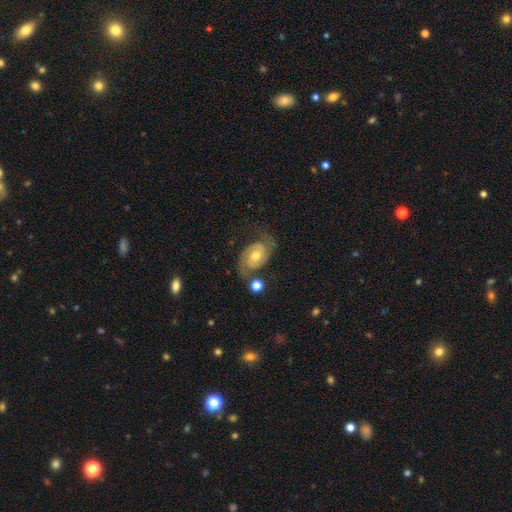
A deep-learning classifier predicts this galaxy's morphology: Overall: featured or disk (84%). Edge-on disk: no (97%). Bar: no (62%; weak 31%). Spiral arms: yes (96%). Spiral arm count: 2 (90%). Spiral winding: medium (46%; tight 40%). Bulge size: moderate (69%). Merging: none (72%).